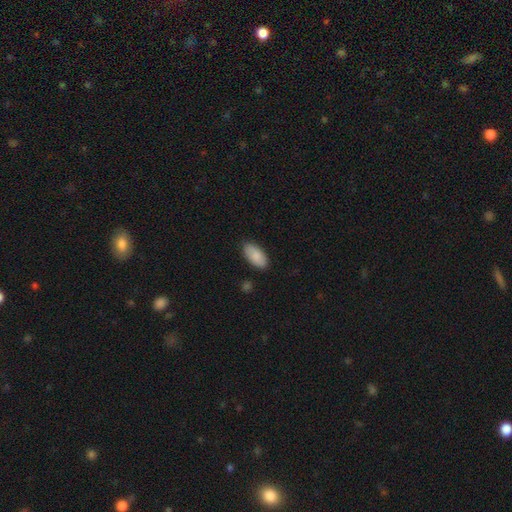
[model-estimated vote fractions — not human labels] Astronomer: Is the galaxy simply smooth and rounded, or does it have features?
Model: smooth — 86%.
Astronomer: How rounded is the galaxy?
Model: in between — 94%.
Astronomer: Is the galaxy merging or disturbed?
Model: none — 84%.